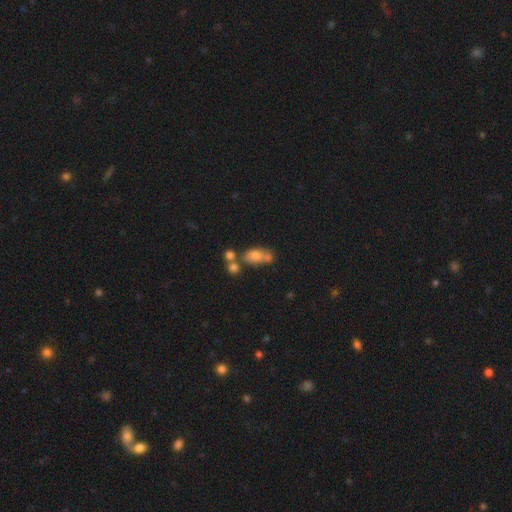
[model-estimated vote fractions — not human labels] Morphology: type=smooth (67%); roundness=in between (68%); merging=merger (44%).